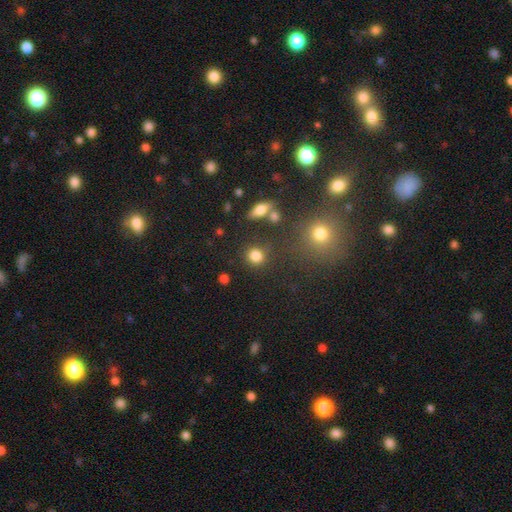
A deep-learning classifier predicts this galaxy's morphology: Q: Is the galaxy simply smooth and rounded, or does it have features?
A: smooth — 83%.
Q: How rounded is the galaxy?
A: round — 85%.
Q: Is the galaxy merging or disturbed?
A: none — 80%.